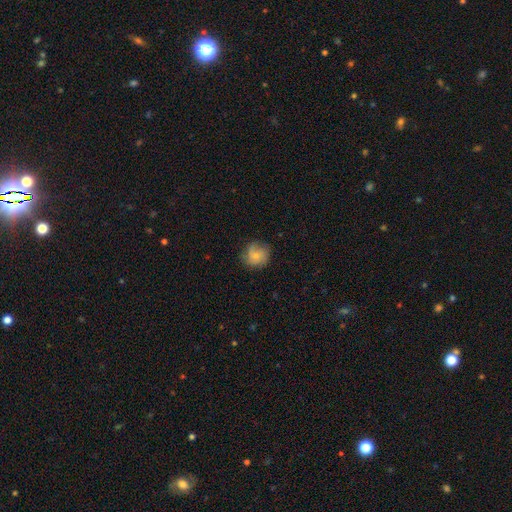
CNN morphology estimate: A smooth galaxy with no disk features (61%) that is round (85%). Merging: none (71%).